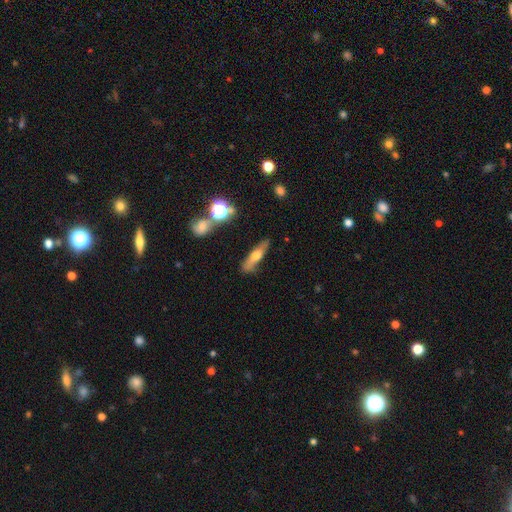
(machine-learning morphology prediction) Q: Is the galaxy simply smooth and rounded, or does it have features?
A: smooth — 49%.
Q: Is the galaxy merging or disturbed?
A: none — 79%.